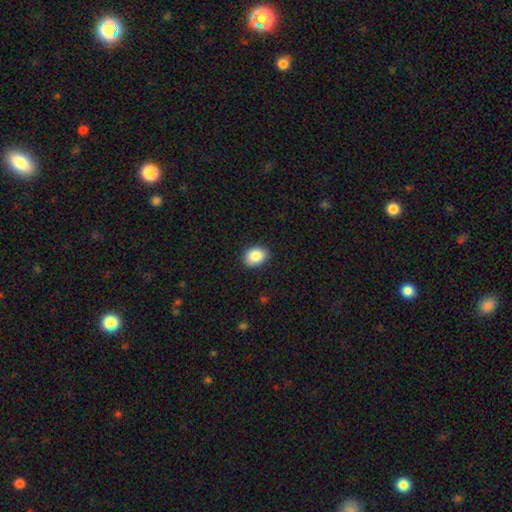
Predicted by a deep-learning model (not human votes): smooth-or-featured: smooth: 86% | star or artifact: 8% | featured or disk: 5%
  how-rounded: in between: 63% | round: 36% | cigar-shaped: 1%
  merging: none: 87% | minor disturbance: 10% | major disturbance: 2% | merger: 1%